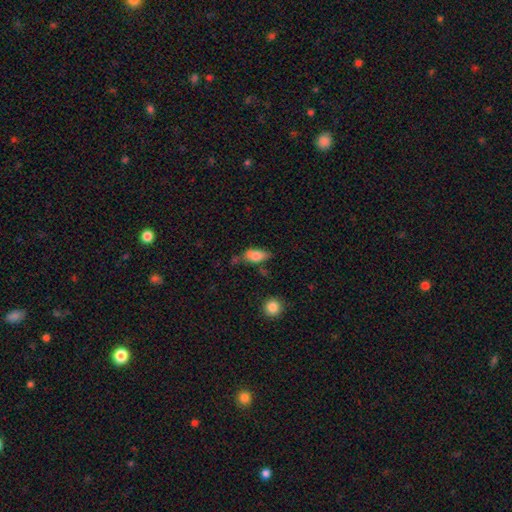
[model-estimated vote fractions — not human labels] A smooth galaxy with no disk features (77%) that is in between round and cigar-shaped (84%). Merging: none (54%).